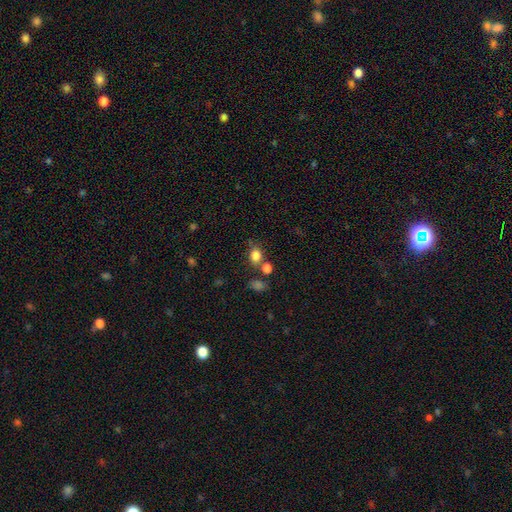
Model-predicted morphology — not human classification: This is clearly a smooth galaxy (82%). How rounded: possibly in between (55%). Merging: likely none (63%).